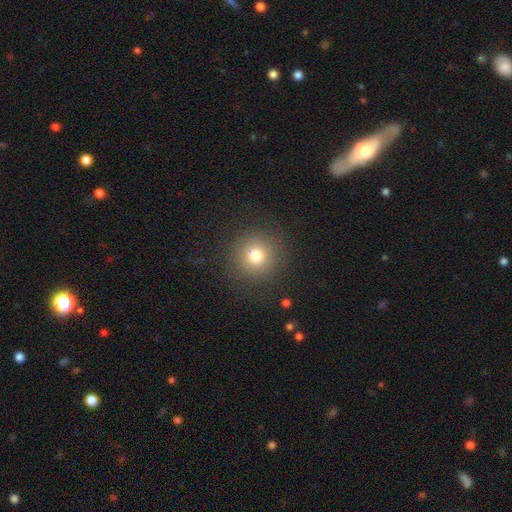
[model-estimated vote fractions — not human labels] Smooth or featured? smooth (75%)
How rounded? round (95%)
Merging? none (88%)